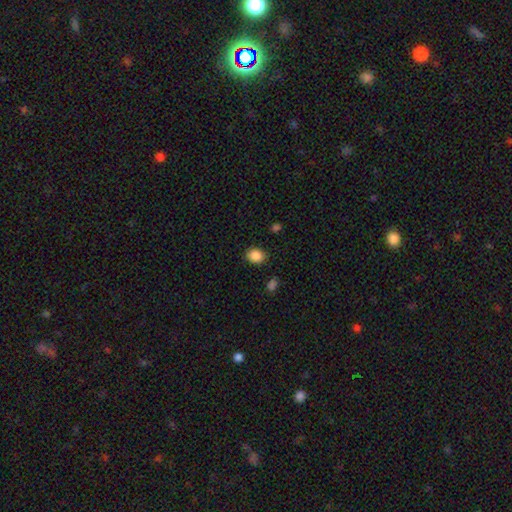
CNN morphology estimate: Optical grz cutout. It shows a smooth galaxy with no disk features (87%) that is in between round and cigar-shaped (51%). Merging: none (87%).